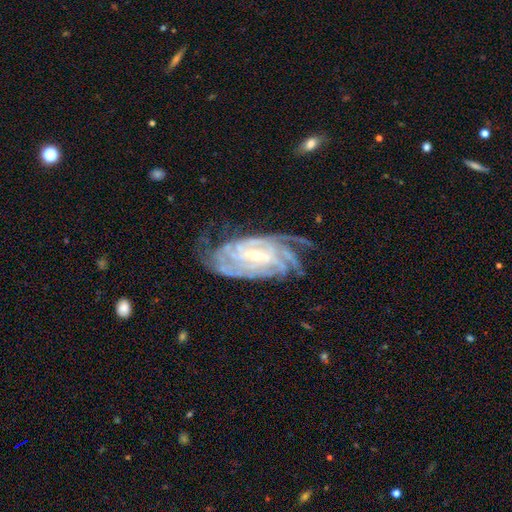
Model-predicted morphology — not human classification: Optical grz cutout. It shows a featured or disk galaxy (90%) with a weak bar (44%), 4 (28%) tight (67%) spiral arms (97%) and a small central bulge (67%). Merging: none (66%).